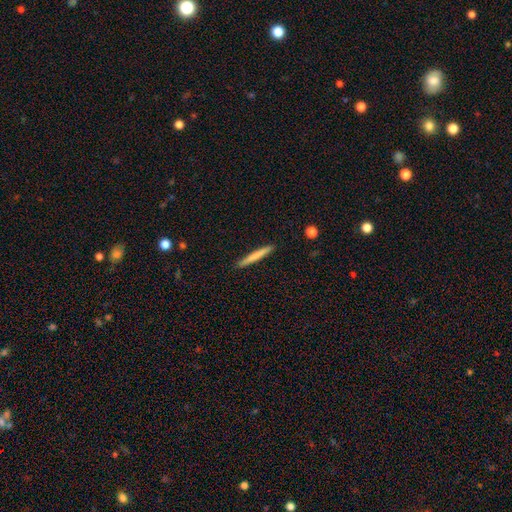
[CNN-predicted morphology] smooth_or_featured: smooth (p=0.70) [alt: featured or disk p=0.25]
how_rounded: cigar-shaped (p=0.97) [alt: in between p=0.02]
merging: none (p=0.92) [alt: minor disturbance p=0.06]